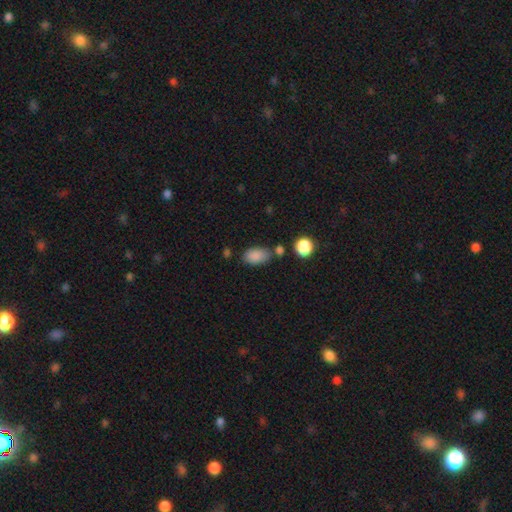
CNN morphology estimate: Smooth or featured? Predicted: smooth (p=0.87). How rounded? Predicted: in between (p=0.90). Merging? Predicted: none (p=0.67).